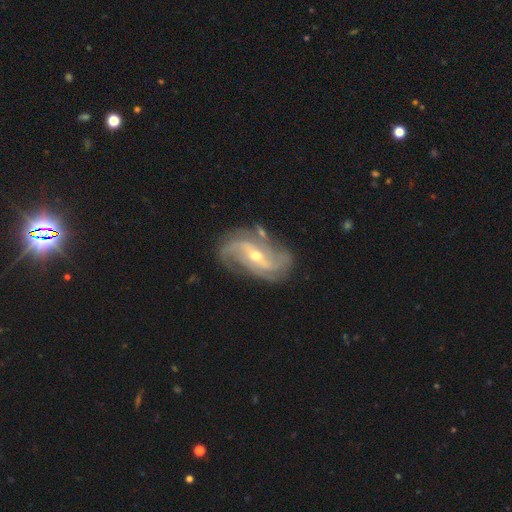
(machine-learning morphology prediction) Q: Smooth or featured?
A: featured or disk (89%); runner-up: star or artifact (6%)
Q: Edge-on disk?
A: no (96%); runner-up: yes (4%)
Q: Bar?
A: weak (41%); runner-up: strong (32%)
Q: Spiral arms?
A: yes (97%); runner-up: no (3%)
Q: Spiral winding?
A: medium (43%); runner-up: loose (33%)
Q: Spiral arm count?
A: 2 (46%); runner-up: 3 (23%)
Q: Bulge size?
A: small (52%); runner-up: moderate (45%)
Q: Merging?
A: none (70%); runner-up: minor disturbance (18%)